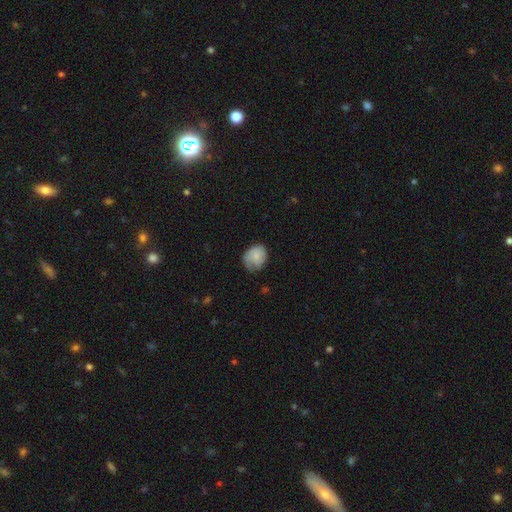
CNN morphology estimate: Smooth or featured?
  - smooth: 71% *
  - featured or disk: 22%
  - star or artifact: 7%
How rounded?
  - round: 56% *
  - in between: 43%
  - cigar-shaped: 1%
Merging?
  - none: 48% *
  - minor disturbance: 35%
  - major disturbance: 15%
  - merger: 2%